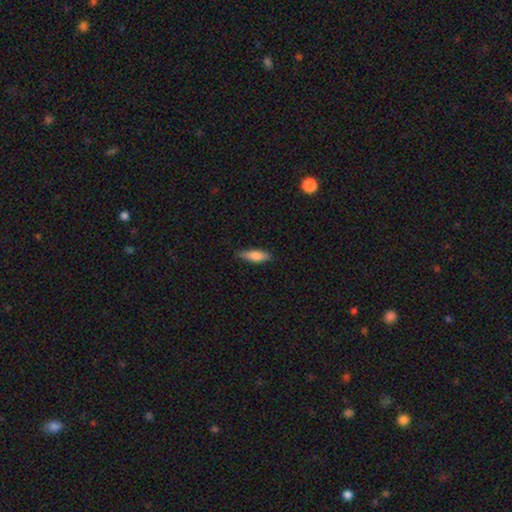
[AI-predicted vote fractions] smooth 80%, featured or disk 14%, star or artifact 6%. Down the decision tree: how rounded — cigar-shaped (53%); merging — none (79%).